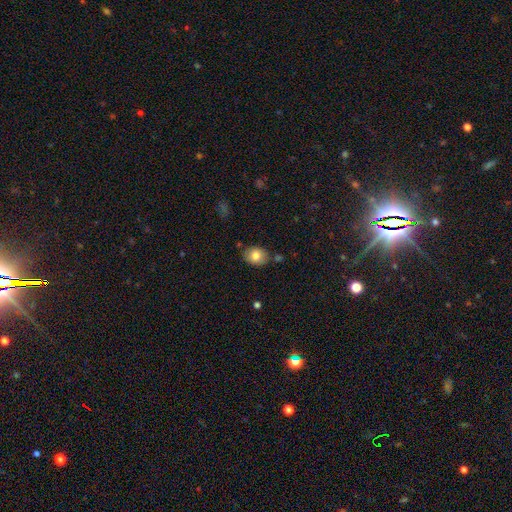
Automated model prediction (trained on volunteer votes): Smooth or featured? smooth (81%)
How rounded? in between (56%)
Merging? none (80%)